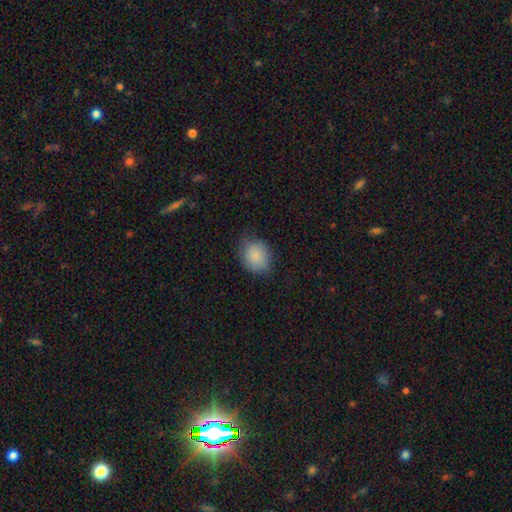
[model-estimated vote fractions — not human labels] This appears to be a smooth galaxy with no disk features (85%) that is round (67%). Merging: none (70%).